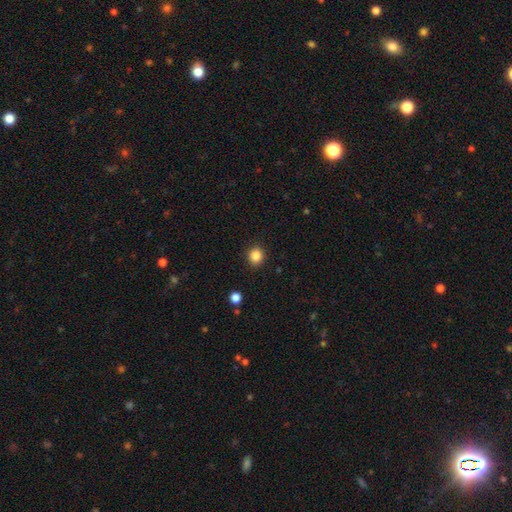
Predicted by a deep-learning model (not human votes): Smooth or featured?
  - smooth: 86% *
  - star or artifact: 11%
  - featured or disk: 4%
How rounded?
  - round: 84% *
  - in between: 15%
  - cigar-shaped: 1%
Merging?
  - none: 91% *
  - minor disturbance: 6%
  - major disturbance: 2%
  - merger: 1%